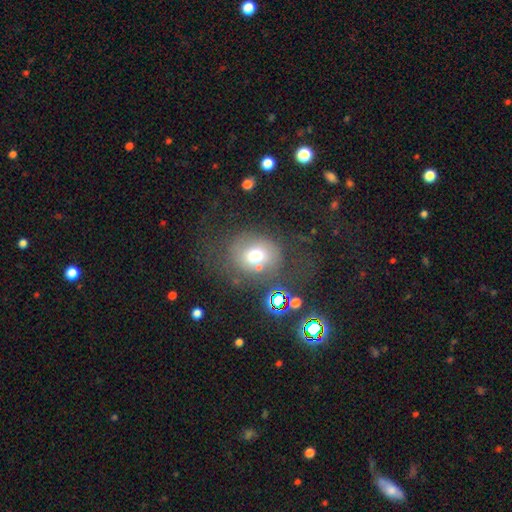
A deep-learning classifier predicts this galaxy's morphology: Smooth or featured? Predicted: smooth (p=0.63). How rounded? Predicted: round (p=0.66). Merging? Predicted: none (p=0.55).